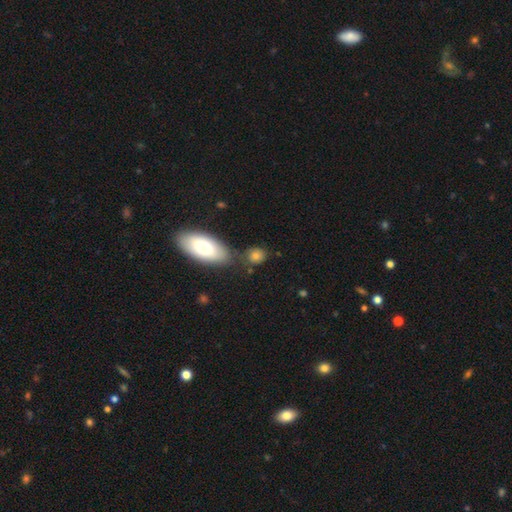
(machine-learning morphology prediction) smooth-or-featured: smooth: 79% | featured or disk: 11% | star or artifact: 10%
  how-rounded: round: 57% | in between: 40% | cigar-shaped: 3%
  merging: none: 68% | minor disturbance: 15% | merger: 12% | major disturbance: 5%